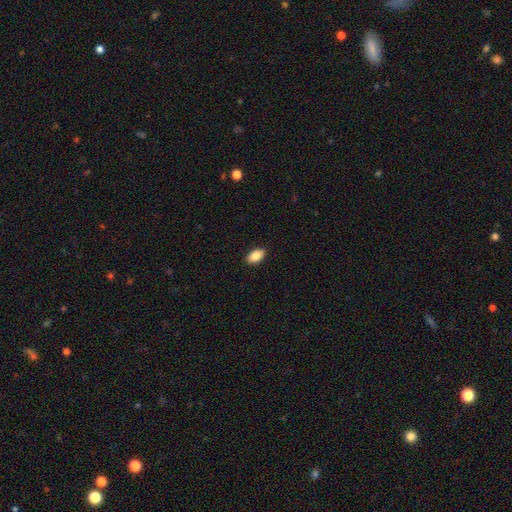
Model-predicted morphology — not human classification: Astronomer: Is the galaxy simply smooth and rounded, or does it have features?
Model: smooth — 88%.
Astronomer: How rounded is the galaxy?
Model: in between — 93%.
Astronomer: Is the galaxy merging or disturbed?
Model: none — 90%.